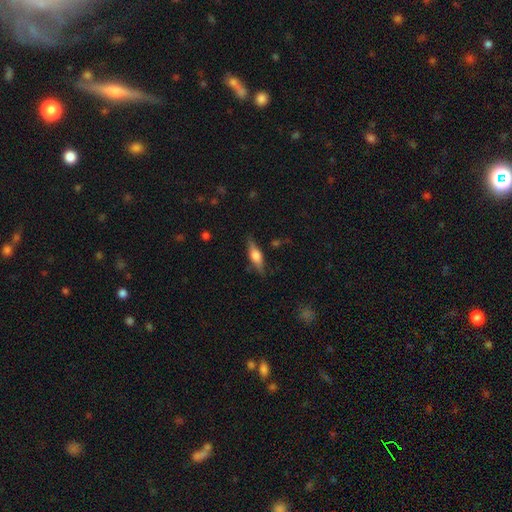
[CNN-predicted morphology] This is possibly a featured or disk galaxy (47%, tied with smooth). Merging: clearly none (82%).